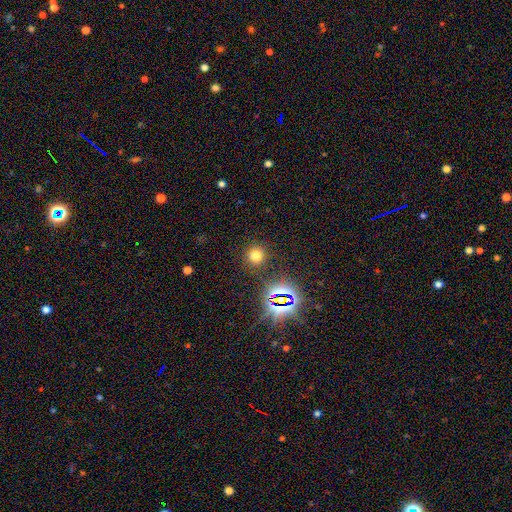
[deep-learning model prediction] Morphology: type=smooth (67%); roundness=round (91%); merging=none (88%).